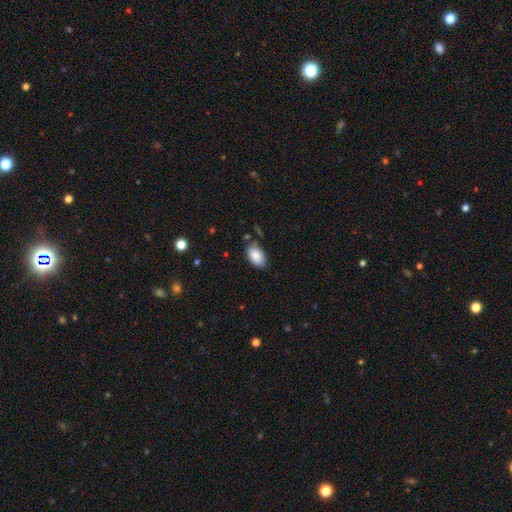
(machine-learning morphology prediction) Overall: smooth (87%). How rounded: in between (93%). Merging: none (78%).